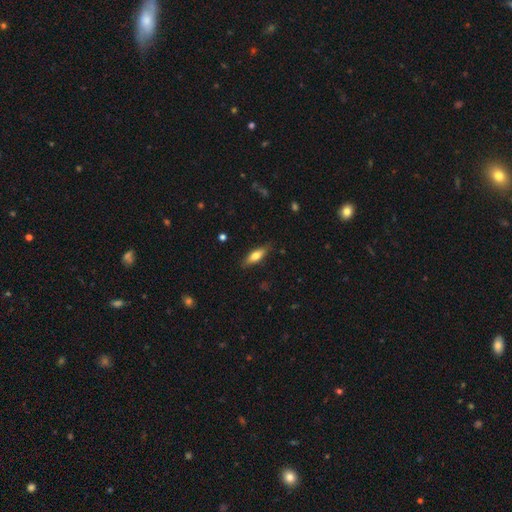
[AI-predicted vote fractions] Smooth or featured: smooth — 69% (featured or disk — 24%)
How rounded: in between — 53% (cigar-shaped — 45%)
Merging: none — 83% (minor disturbance — 13%)